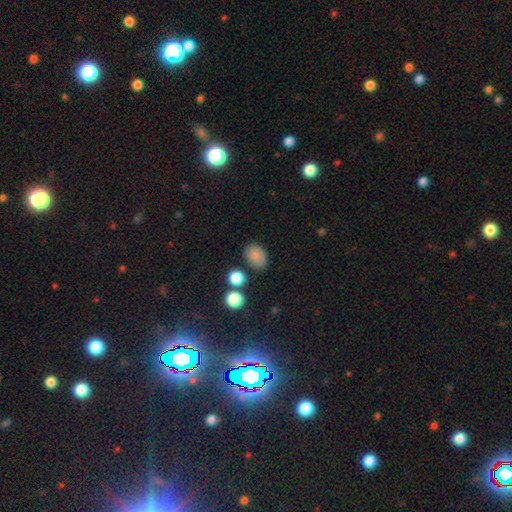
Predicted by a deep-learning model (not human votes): Morphology: type=smooth (84%); roundness=in between (72%); merging=none (72%).